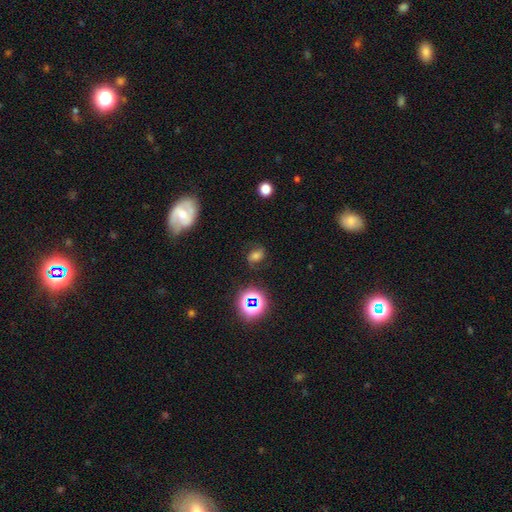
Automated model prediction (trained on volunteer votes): A smooth galaxy with no disk features (43%).

Vote fractions:
- Smooth or featured? smooth: 43% / featured or disk: 32% / star or artifact: 25%
- Merging? none: 73% / minor disturbance: 17% / major disturbance: 8% / merger: 2%